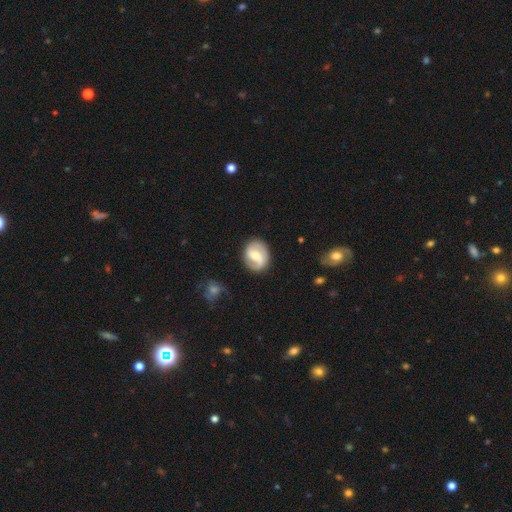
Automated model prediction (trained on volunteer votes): This appears to be a featured or disk galaxy (65%) with a weak bar (49%), 2 (80%) medium (40%) spiral arms (86%) and a moderate central bulge (63%). Merging: none (79%).